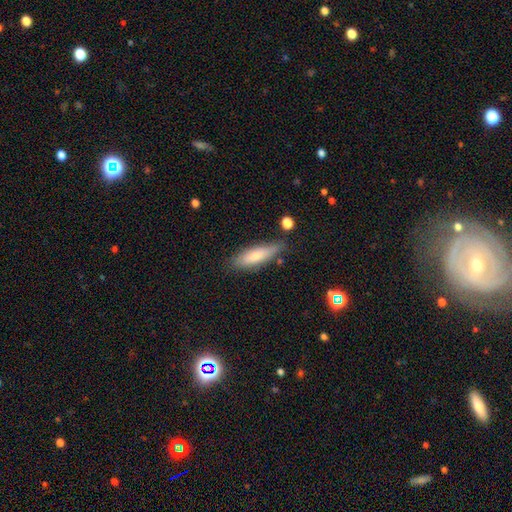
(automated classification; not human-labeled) smooth-or-featured: smooth: 72% | featured or disk: 22% | star or artifact: 6%
  how-rounded: cigar-shaped: 58% | in between: 40% | round: 2%
  merging: none: 73% | minor disturbance: 19% | major disturbance: 4% | merger: 4%